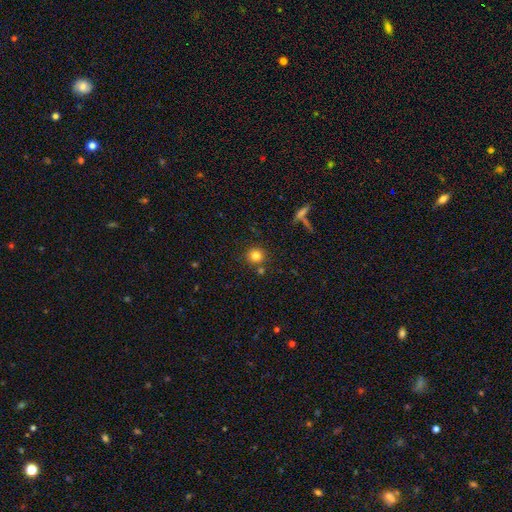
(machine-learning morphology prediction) The model was most divided on "smooth or featured": smooth: 80%, star or artifact: 12%, featured or disk: 7%. More confident: how rounded — round (92%); merging — none (80%).